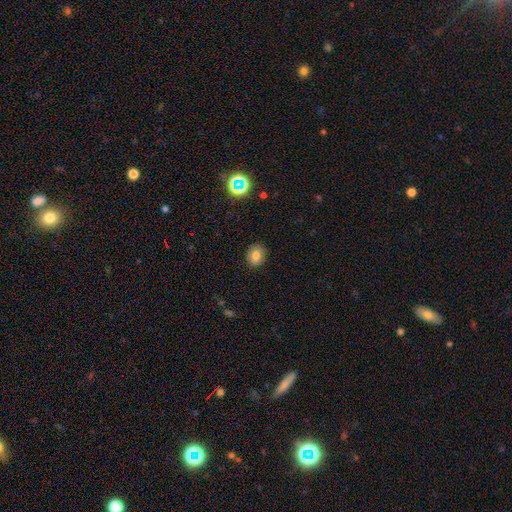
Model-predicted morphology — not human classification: Q: Smooth or featured?
A: smooth (78%); runner-up: star or artifact (12%)
Q: How rounded?
A: round (51%); runner-up: in between (48%)
Q: Merging?
A: none (87%); runner-up: minor disturbance (9%)